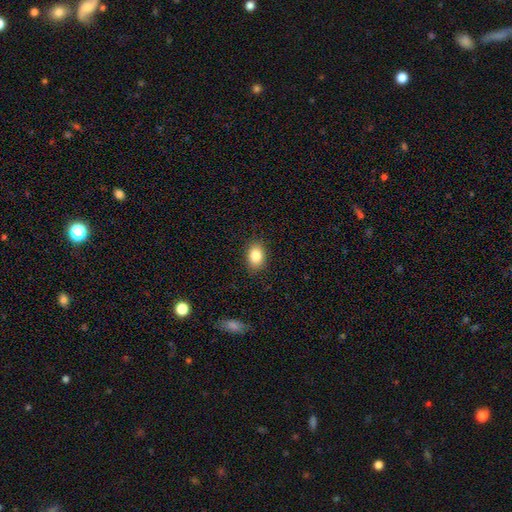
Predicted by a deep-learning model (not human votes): A smooth galaxy with no disk features (85%) that is in between round and cigar-shaped (76%). Merging: none (87%).